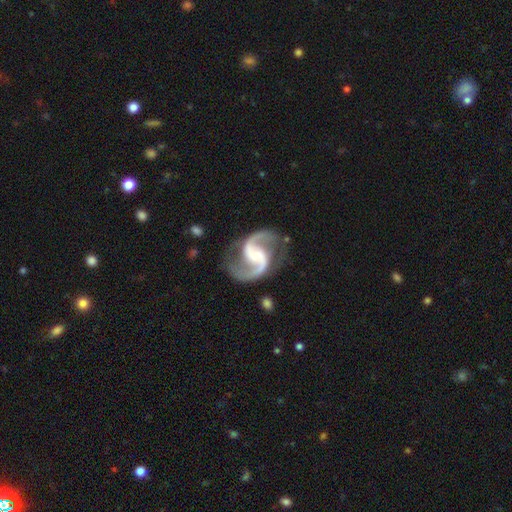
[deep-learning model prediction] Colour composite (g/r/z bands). It shows a featured or disk galaxy (94%) with a weak bar (47%), 2 (95%) medium (54%) spiral arms (99%) and a small central bulge (44%). Merging: none (77%).